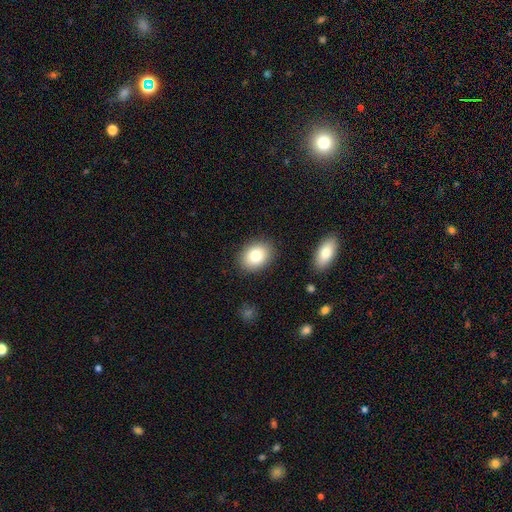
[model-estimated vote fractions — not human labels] Q: Smooth or featured?
A: smooth (80%); runner-up: featured or disk (11%)
Q: How rounded?
A: in between (62%); runner-up: round (37%)
Q: Merging?
A: none (87%); runner-up: minor disturbance (9%)